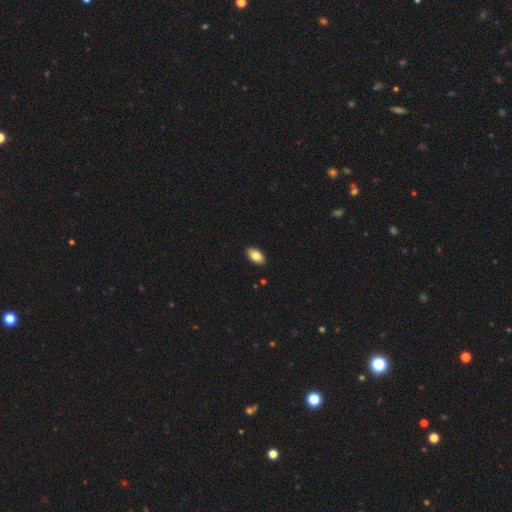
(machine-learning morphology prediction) Smooth or featured?
  - smooth: 82% *
  - featured or disk: 11%
  - star or artifact: 7%
How rounded?
  - in between: 94% *
  - round: 3%
  - cigar-shaped: 2%
Merging?
  - none: 91% *
  - minor disturbance: 7%
  - major disturbance: 1%
  - merger: 1%